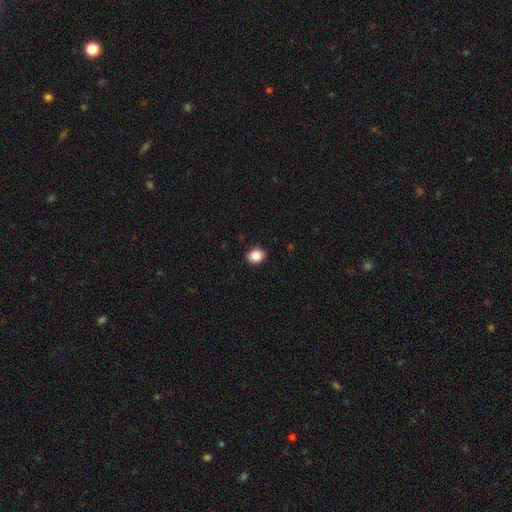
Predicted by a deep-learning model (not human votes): smooth-or-featured: smooth: 87% | star or artifact: 9% | featured or disk: 4%
  how-rounded: round: 62% | in between: 37% | cigar-shaped: 1%
  merging: none: 91% | minor disturbance: 6% | major disturbance: 2% | merger: 1%